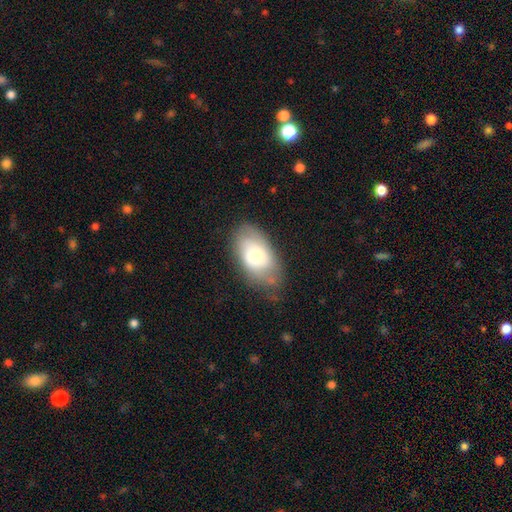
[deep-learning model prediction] smooth_or_featured: smooth (p=0.61) [alt: featured or disk p=0.32]
how_rounded: in between (p=0.90) [alt: round p=0.08]
merging: none (p=0.61) [alt: minor disturbance p=0.28]